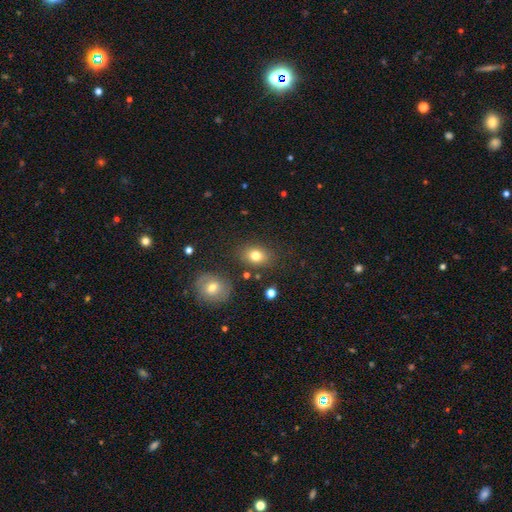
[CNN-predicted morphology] This appears to be a smooth galaxy with no disk features (77%) that is in between round and cigar-shaped (64%). Merging: none (79%).